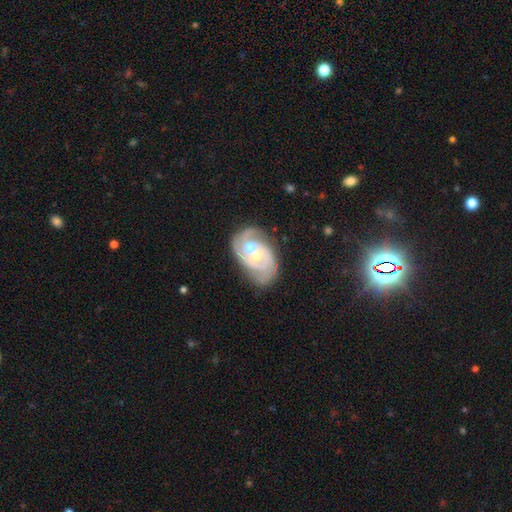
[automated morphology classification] The model was most divided on "spiral winding": tight: 48%, medium: 39%, loose: 13%. Remaining: edge-on disk — no (97%); spiral arms — yes (90%); smooth or featured — featured or disk (81%); bulge size — moderate (69%); bar — no (68%); spiral arm count — 2 (53%); merging — merger (41%).